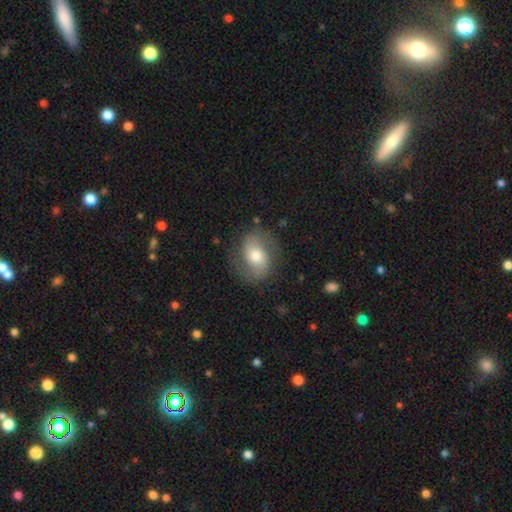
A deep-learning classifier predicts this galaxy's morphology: Overall: featured or disk (57%; smooth 36%). Edge-on disk: no (96%). Bar: no (53%; weak 35%). Spiral arms: yes (85%). Bulge size: moderate (64%). Merging: none (76%).